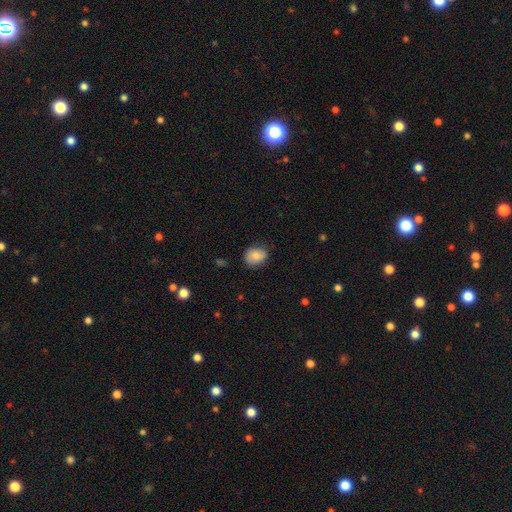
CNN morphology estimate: smooth_or_featured: smooth (p=0.77) [alt: featured or disk p=0.15]
how_rounded: round (p=0.51) [alt: in between p=0.48]
merging: none (p=0.75) [alt: minor disturbance p=0.20]